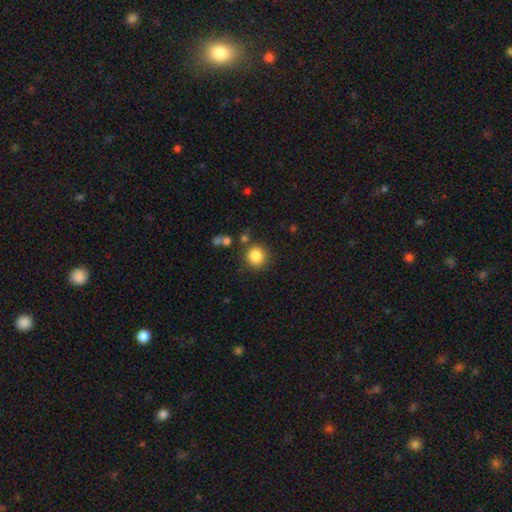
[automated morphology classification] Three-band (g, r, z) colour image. It shows a smooth galaxy with no disk features (85%) that is round (93%). Merging: none (83%).